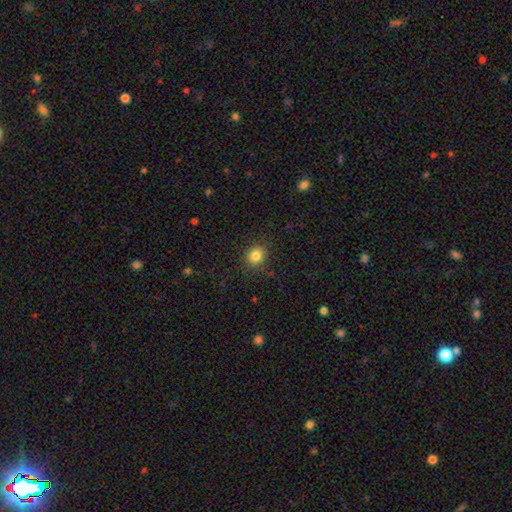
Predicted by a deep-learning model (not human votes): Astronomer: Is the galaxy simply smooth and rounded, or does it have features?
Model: smooth — 84%.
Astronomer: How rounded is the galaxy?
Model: round — 73%.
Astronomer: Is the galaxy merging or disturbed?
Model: none — 88%.